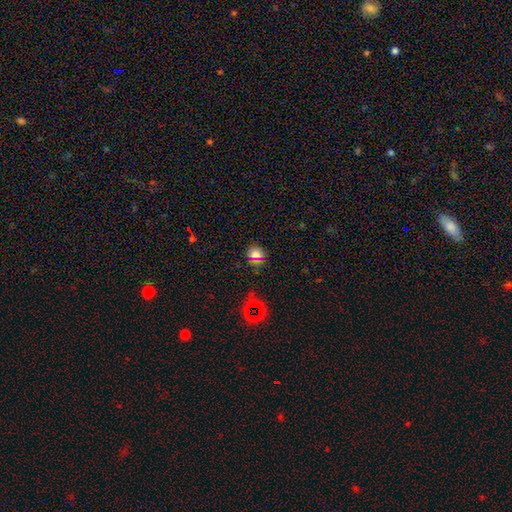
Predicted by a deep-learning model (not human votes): Q: Smooth or featured?
A: smooth (64%); runner-up: star or artifact (28%)
Q: How rounded?
A: round (76%); runner-up: in between (22%)
Q: Merging?
A: none (83%); runner-up: minor disturbance (11%)